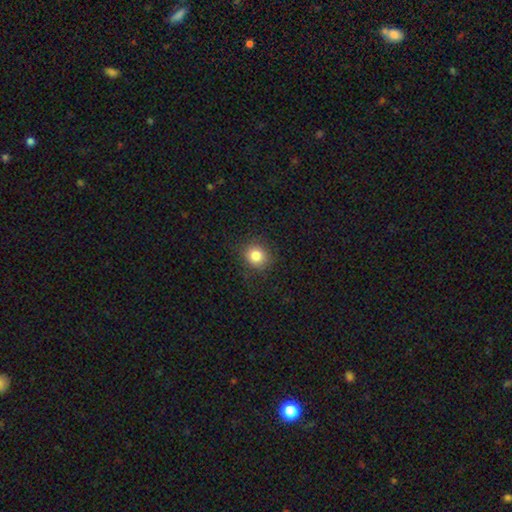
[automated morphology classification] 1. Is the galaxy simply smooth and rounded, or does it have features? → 84% smooth, 11% star or artifact, 5% featured or disk.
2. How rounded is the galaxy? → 87% round, 12% in between, 1% cigar-shaped.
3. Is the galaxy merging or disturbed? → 87% none, 9% minor disturbance, 3% major disturbance, 1% merger.